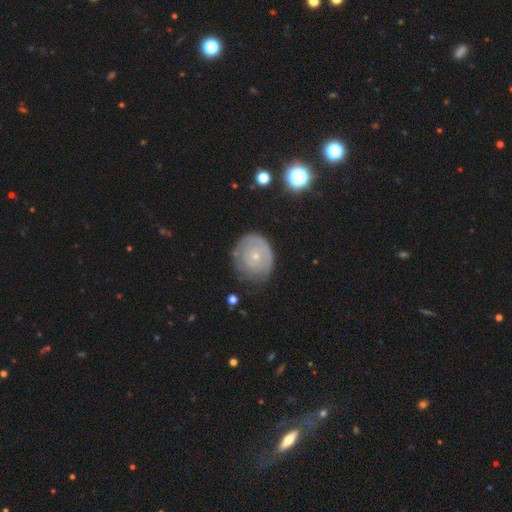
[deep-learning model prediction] featured or disk 57%, smooth 36%, star or artifact 7%. Down the decision tree: edge-on disk — no (97%); bar — no (86%); spiral arms — yes (65%); bulge size — small (77%); merging — none (63%).